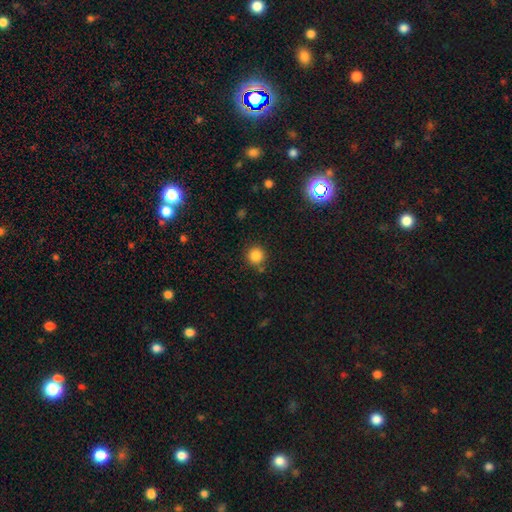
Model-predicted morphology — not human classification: This appears to be a smooth galaxy with no disk features (84%) that is round (94%). Merging: none (83%).